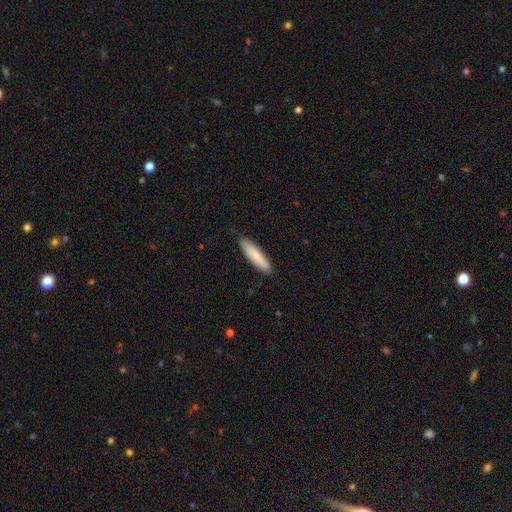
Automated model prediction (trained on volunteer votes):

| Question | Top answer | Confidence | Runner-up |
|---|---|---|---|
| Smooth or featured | smooth | 79% | featured or disk (15%) |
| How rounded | cigar-shaped | 74% | in between (25%) |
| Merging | none | 87% | minor disturbance (10%) |